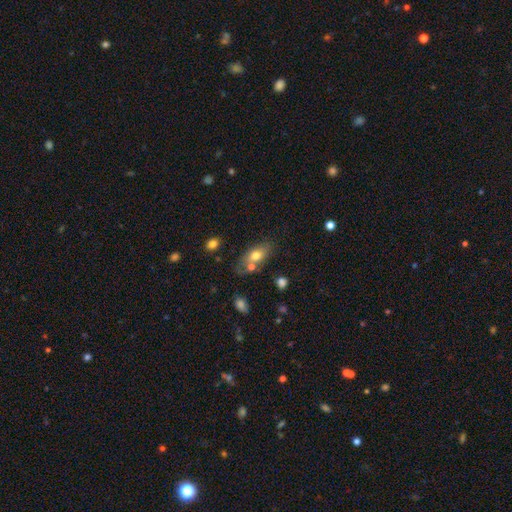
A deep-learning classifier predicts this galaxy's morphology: The model was most divided on "merging": none: 55%, merger: 23%, minor disturbance: 16%, major disturbance: 5%. More confident: how rounded — in between (84%); smooth or featured — smooth (72%).